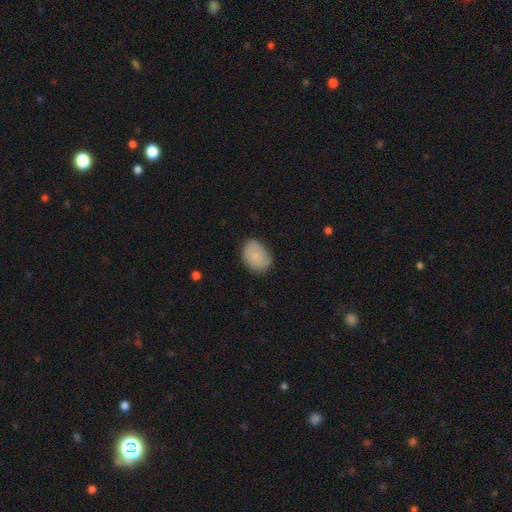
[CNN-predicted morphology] This appears to be a smooth galaxy with no disk features (78%) that is in between round and cigar-shaped (69%). Merging: none (69%).